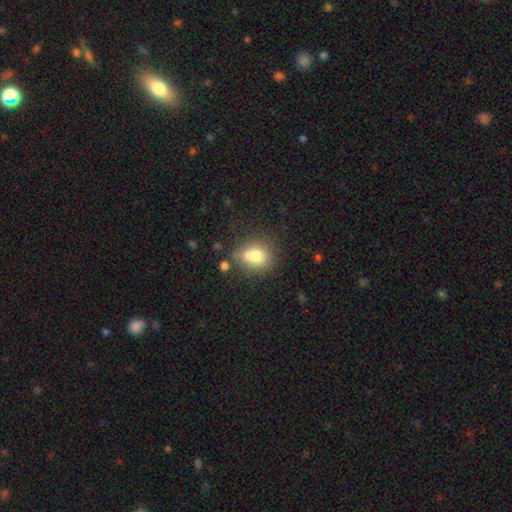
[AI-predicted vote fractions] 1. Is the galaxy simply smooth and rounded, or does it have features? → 74% smooth, 15% featured or disk, 11% star or artifact.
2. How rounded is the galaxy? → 67% round, 32% in between, 1% cigar-shaped.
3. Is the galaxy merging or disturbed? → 51% none, 25% merger, 17% minor disturbance, 7% major disturbance.